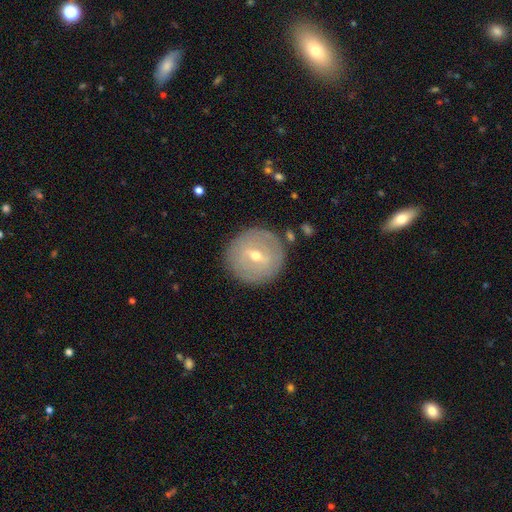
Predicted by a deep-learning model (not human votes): This is possibly a featured or disk galaxy (60%). It is clearly not viewed edge-on (92%). Bar: possibly weak (57%). Spiral arm pattern: likely no (61%). Central bulge: possibly moderate (55%). Merging: clearly none (86%).